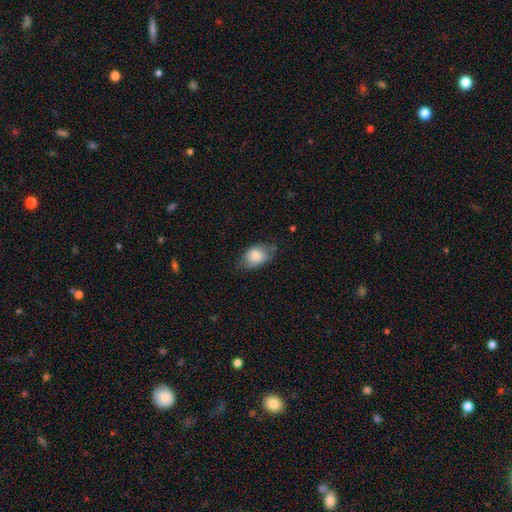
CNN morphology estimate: This appears to be a smooth galaxy with no disk features (77%) that is in between round and cigar-shaped (79%). Merging: none (65%).